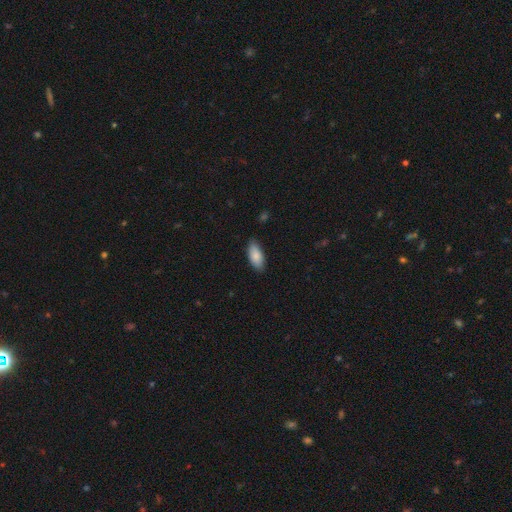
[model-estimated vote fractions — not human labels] Q: Smooth or featured?
A: smooth (86%); runner-up: featured or disk (8%)
Q: How rounded?
A: in between (89%); runner-up: cigar-shaped (10%)
Q: Merging?
A: none (83%); runner-up: minor disturbance (14%)